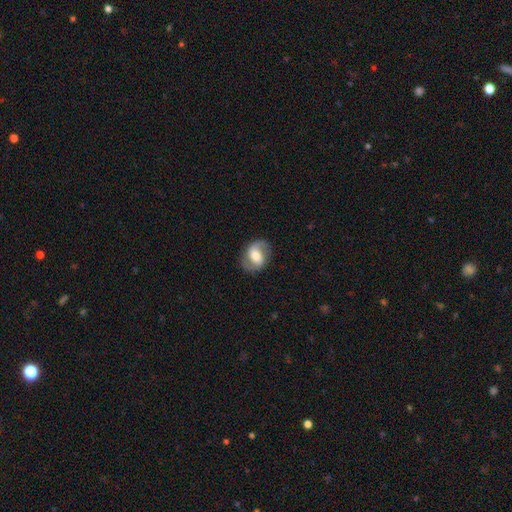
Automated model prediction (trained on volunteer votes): A featured or disk galaxy (65%) with a weak bar (42%), 2 (86%) medium (47%) spiral arms (86%) and a moderate central bulge (57%). Merging: none (78%).